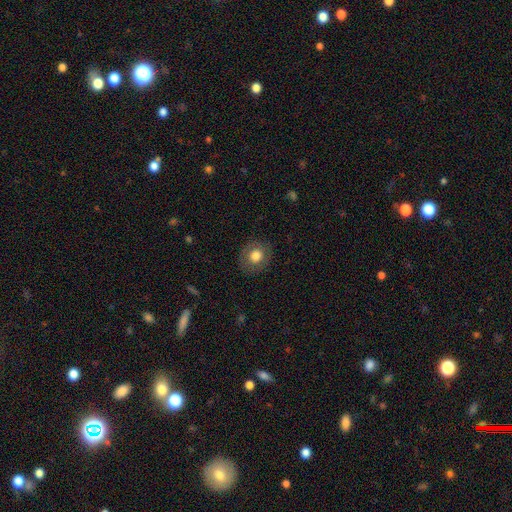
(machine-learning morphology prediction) Q: Smooth or featured?
A: smooth (74%); runner-up: featured or disk (17%)
Q: How rounded?
A: round (73%); runner-up: in between (26%)
Q: Merging?
A: none (86%); runner-up: minor disturbance (9%)